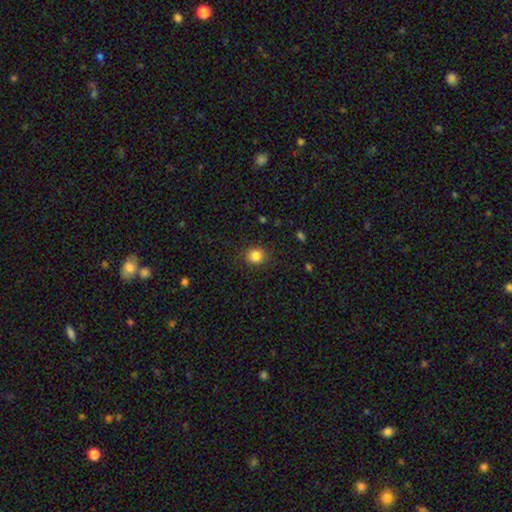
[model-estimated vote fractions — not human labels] Morphology: type=smooth (85%); roundness=round (75%); merging=none (87%).